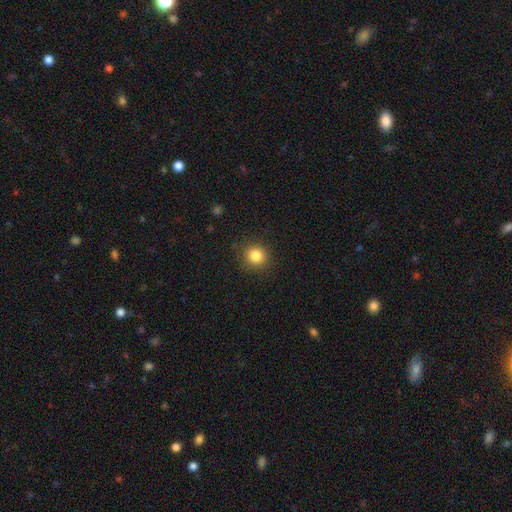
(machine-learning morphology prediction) Q: Smooth or featured?
A: smooth (84%); runner-up: star or artifact (11%)
Q: How rounded?
A: round (91%); runner-up: in between (8%)
Q: Merging?
A: none (89%); runner-up: minor disturbance (7%)